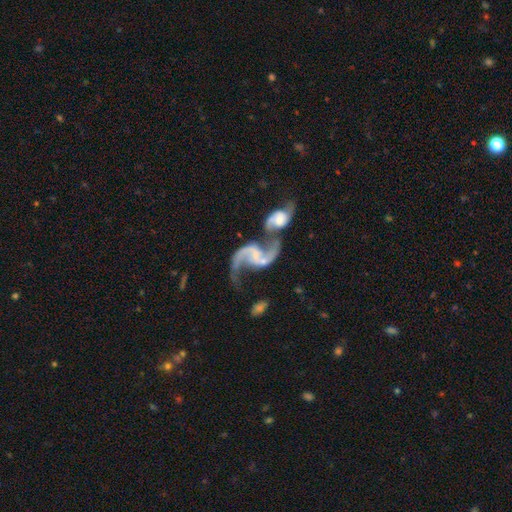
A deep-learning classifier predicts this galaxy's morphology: This appears to be a featured or disk galaxy (91%) with no bar (42%), 2 (92%) loose (78%) spiral arms (96%) and a small central bulge (42%). Merging: merger (54%).